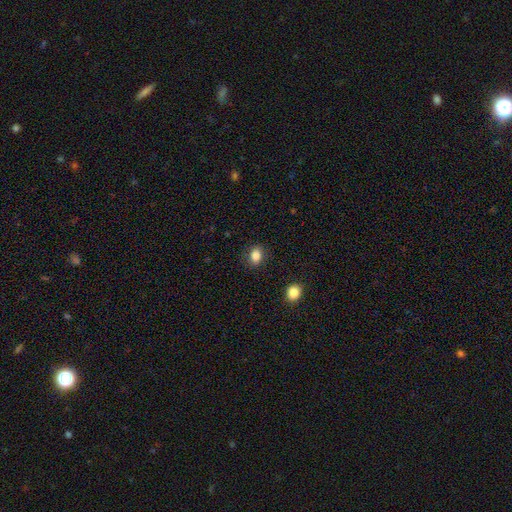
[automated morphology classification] smooth-or-featured: smooth: 83% | star or artifact: 10% | featured or disk: 6%
  how-rounded: in between: 61% | round: 38% | cigar-shaped: 1%
  merging: none: 87% | minor disturbance: 9% | major disturbance: 3% | merger: 1%